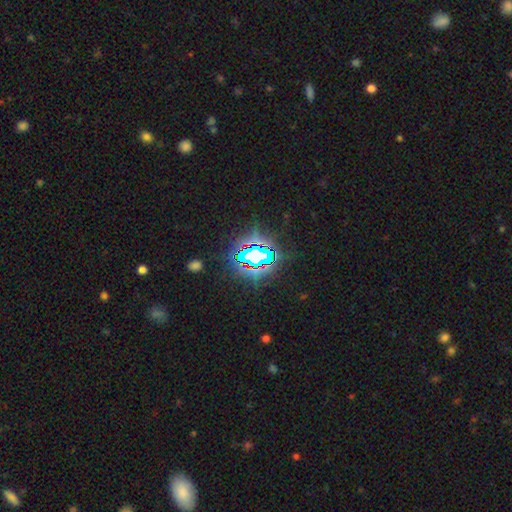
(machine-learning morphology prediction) star or artifact 78%, smooth 12%, featured or disk 10%.